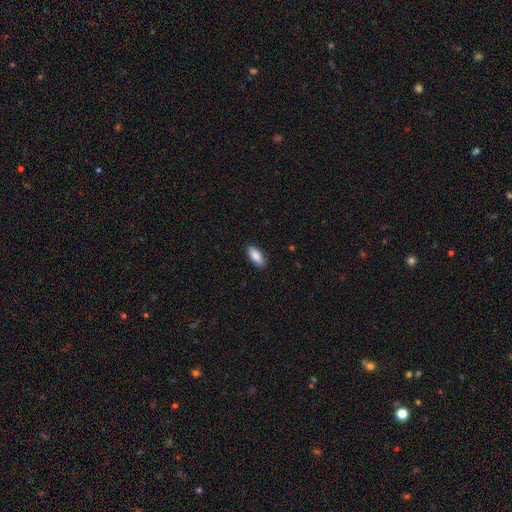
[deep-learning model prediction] Smooth or featured? smooth (87%)
How rounded? in between (82%)
Merging? none (89%)